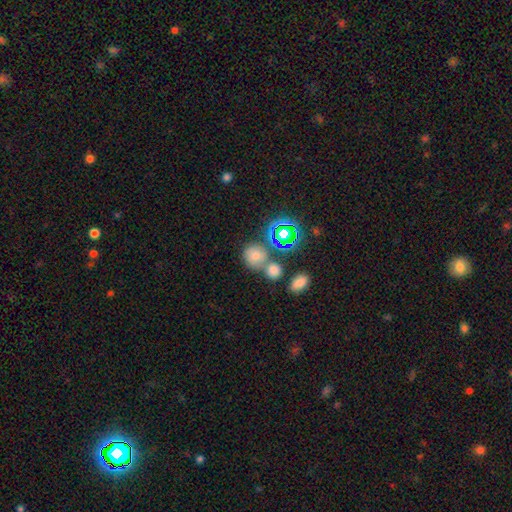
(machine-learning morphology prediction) Overall: smooth (66%). How rounded: round (79%). Merging: none (53%; merger 32%).